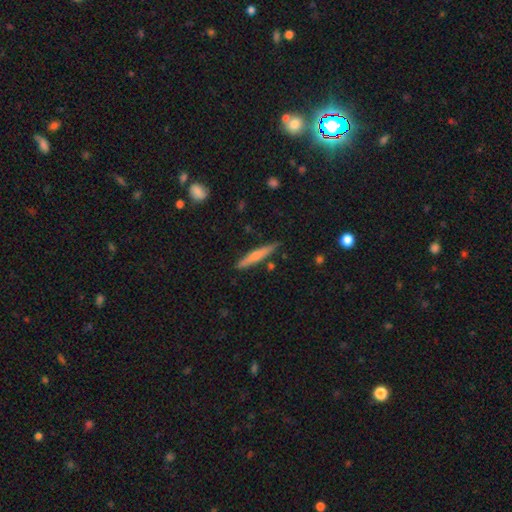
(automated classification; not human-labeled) smooth 55%, featured or disk 39%, star or artifact 6%. Down the decision tree: how rounded — cigar-shaped (93%); merging — none (85%).